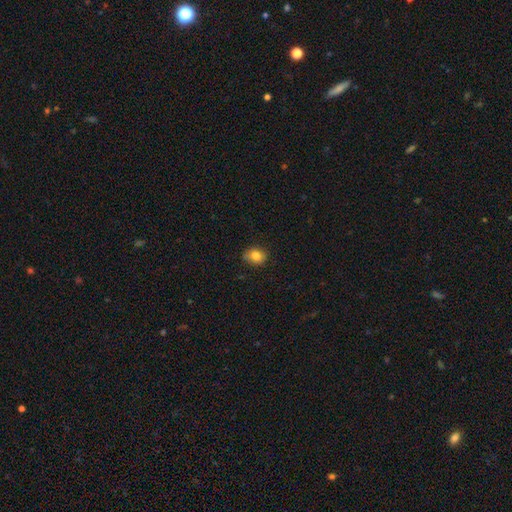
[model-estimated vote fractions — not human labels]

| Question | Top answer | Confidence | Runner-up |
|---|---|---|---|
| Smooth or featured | smooth | 82% | star or artifact (10%) |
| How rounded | round | 57% | in between (42%) |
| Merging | none | 79% | minor disturbance (17%) |